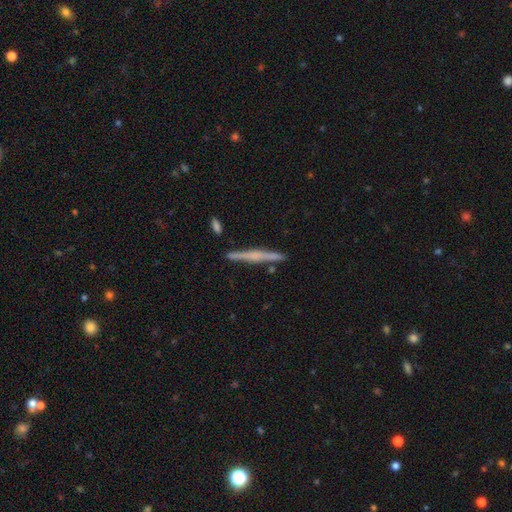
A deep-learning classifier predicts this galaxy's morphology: Smooth or featured?
  - featured or disk: 60% *
  - smooth: 34%
  - star or artifact: 6%
Edge-on disk?
  - yes: 98% *
  - no: 2%
Edge-on bulge?
  - none: 51% *
  - rounded: 38%
  - boxy: 11%
Merging?
  - none: 88% *
  - minor disturbance: 8%
  - merger: 3%
  - major disturbance: 2%